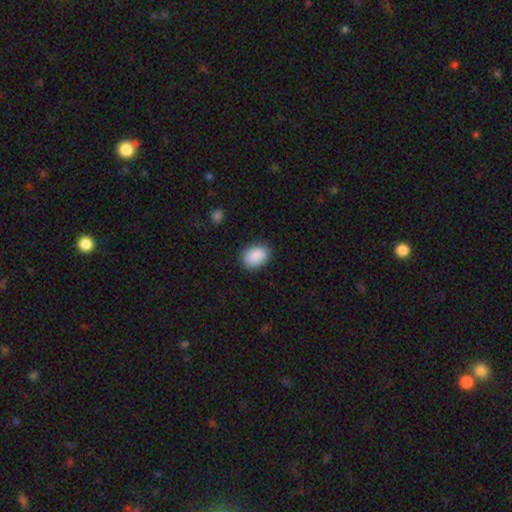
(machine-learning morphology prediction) smooth_or_featured: smooth (p=0.90) [alt: star or artifact p=0.07]
how_rounded: in between (p=0.81) [alt: round p=0.18]
merging: none (p=0.84) [alt: minor disturbance p=0.12]